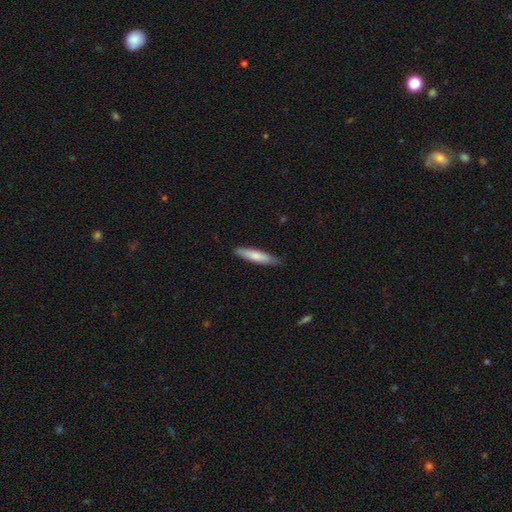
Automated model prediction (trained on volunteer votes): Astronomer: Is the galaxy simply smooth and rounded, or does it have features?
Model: smooth — 74%.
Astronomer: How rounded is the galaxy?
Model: cigar-shaped — 85%.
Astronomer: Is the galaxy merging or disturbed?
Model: none — 86%.